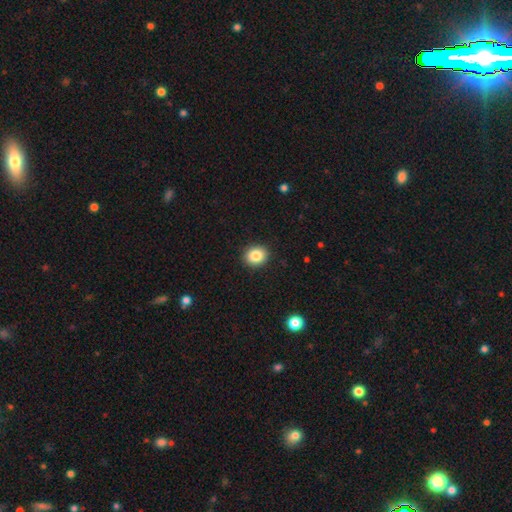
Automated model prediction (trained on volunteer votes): Smooth or featured? smooth (85%)
How rounded? round (76%)
Merging? none (91%)